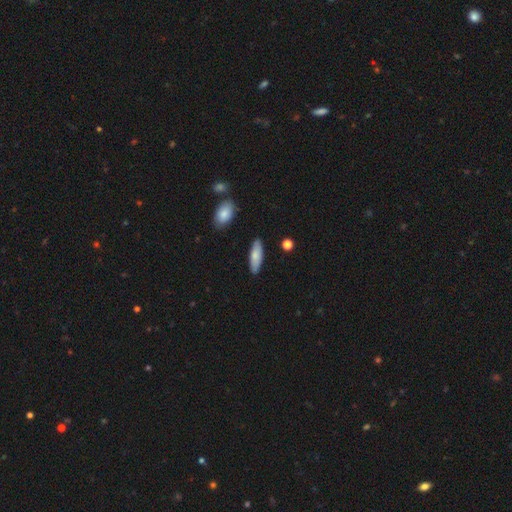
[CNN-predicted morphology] Smooth or featured? Predicted: smooth (p=0.78). How rounded? Predicted: in between (p=0.59). Merging? Predicted: none (p=0.86).